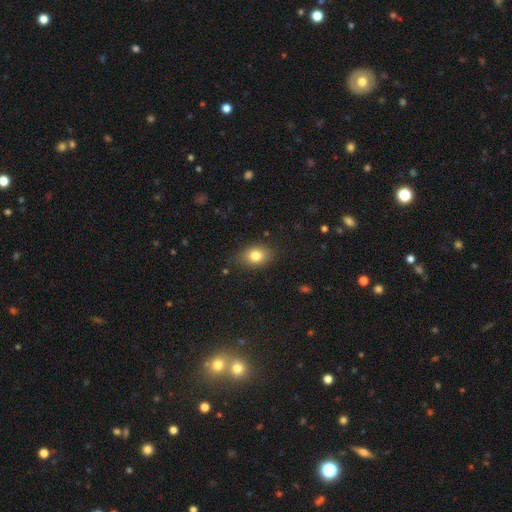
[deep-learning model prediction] smooth 80%, star or artifact 10%, featured or disk 10%. Down the decision tree: how rounded — in between (66%); merging — none (81%).